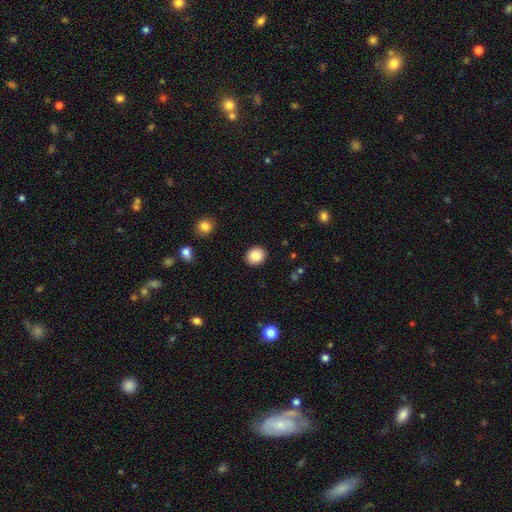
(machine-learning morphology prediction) type=smooth (85%); roundness=round (77%); merging=none (91%).